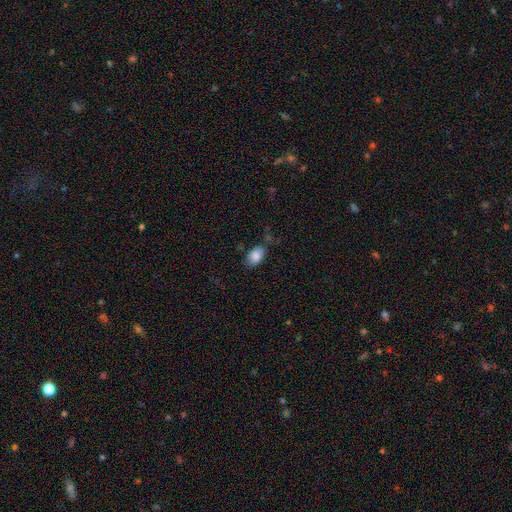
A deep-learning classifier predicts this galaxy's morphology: This appears to be a smooth galaxy with no disk features (84%) that is in between round and cigar-shaped (92%). Merging: none (69%).